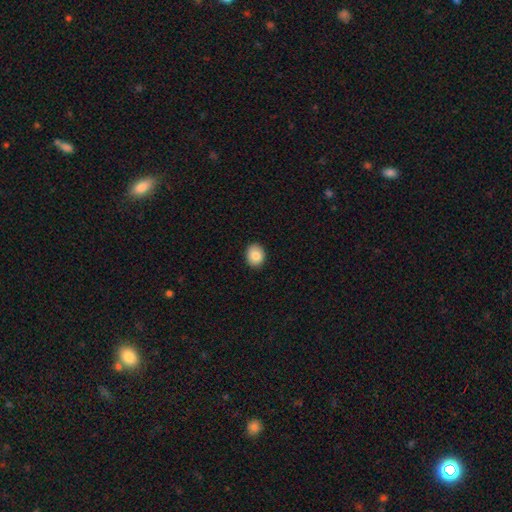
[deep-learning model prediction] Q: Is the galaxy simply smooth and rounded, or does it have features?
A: smooth — 85%.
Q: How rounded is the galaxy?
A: round — 55%.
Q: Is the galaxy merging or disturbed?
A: none — 91%.